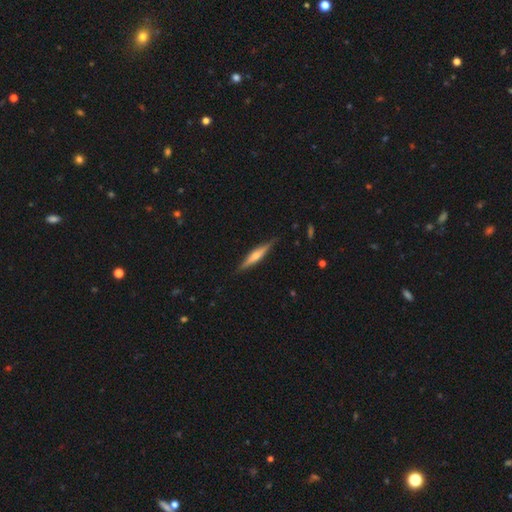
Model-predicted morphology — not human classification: smooth_or_featured: featured or disk (p=0.62) [alt: smooth p=0.32]
disk_edge_on: yes (p=0.97) [alt: no p=0.03]
edge_on_bulge: rounded (p=0.75) [alt: boxy p=0.13]
merging: none (p=0.87) [alt: minor disturbance p=0.10]